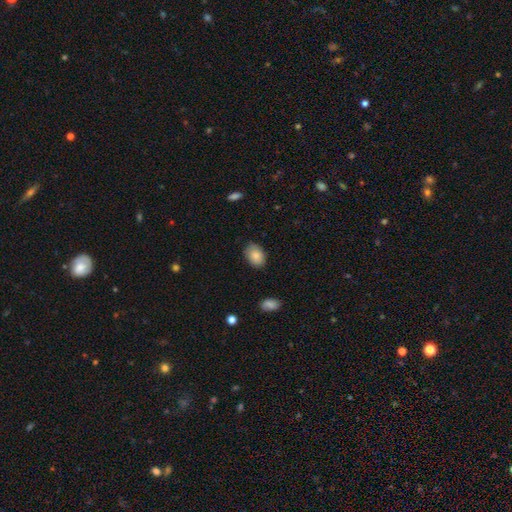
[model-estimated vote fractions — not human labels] This appears to be a smooth galaxy with no disk features (86%) that is in between round and cigar-shaped (82%). Merging: none (81%).